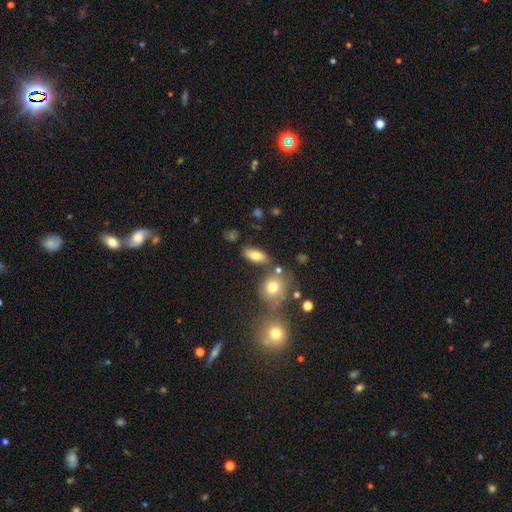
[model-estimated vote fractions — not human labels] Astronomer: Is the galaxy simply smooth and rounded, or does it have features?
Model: smooth — 75%.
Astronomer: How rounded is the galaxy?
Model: in between — 81%.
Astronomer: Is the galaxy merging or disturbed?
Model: none — 71%.